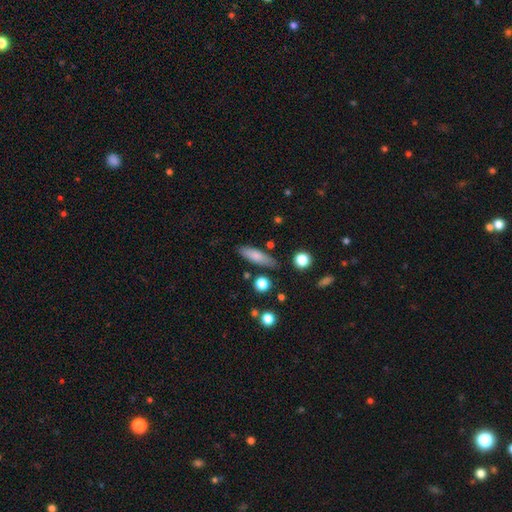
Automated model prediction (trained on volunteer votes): smooth-or-featured: smooth: 76% | featured or disk: 17% | star or artifact: 7%
  how-rounded: cigar-shaped: 57% | in between: 41% | round: 3%
  merging: none: 80% | minor disturbance: 14% | merger: 4% | major disturbance: 3%